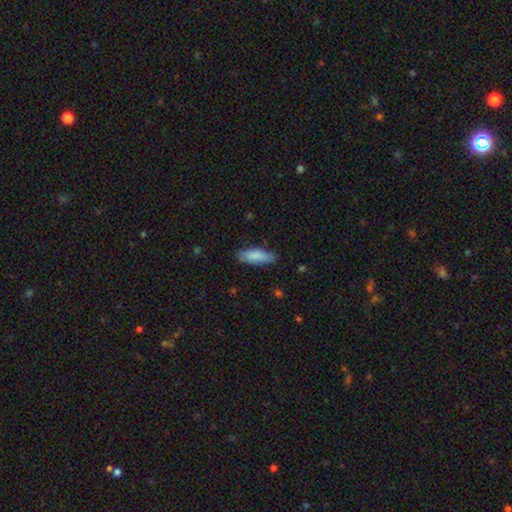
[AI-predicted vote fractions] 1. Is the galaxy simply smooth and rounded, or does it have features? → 85% smooth, 10% featured or disk, 6% star or artifact.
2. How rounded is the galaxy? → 63% in between, 36% cigar-shaped, 2% round.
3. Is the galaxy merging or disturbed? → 77% none, 18% minor disturbance, 3% major disturbance, 1% merger.